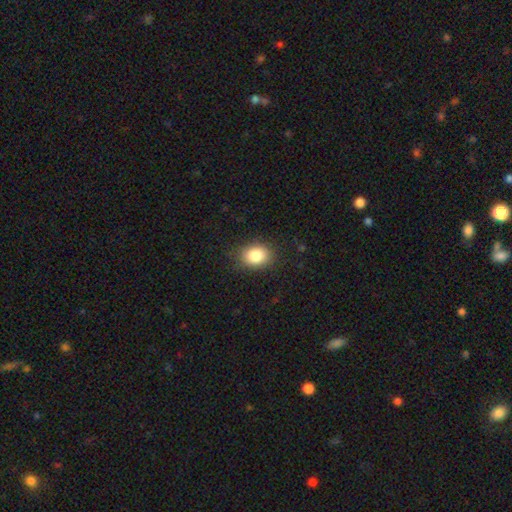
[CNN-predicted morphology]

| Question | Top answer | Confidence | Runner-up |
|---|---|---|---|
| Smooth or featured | smooth | 85% | star or artifact (9%) |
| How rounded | in between | 59% | round (41%) |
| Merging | none | 86% | minor disturbance (10%) |